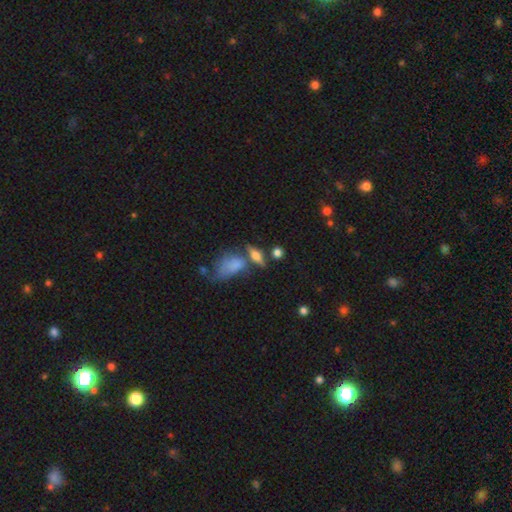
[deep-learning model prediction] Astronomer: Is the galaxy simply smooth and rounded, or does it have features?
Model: smooth — 47% (runner-up: featured or disk, 42%).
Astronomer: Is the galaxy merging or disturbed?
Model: none — 64%.